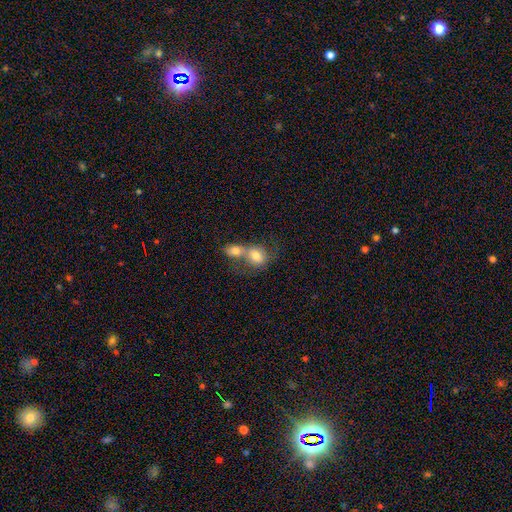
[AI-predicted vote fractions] Smooth or featured: smooth — 75% (featured or disk — 16%)
How rounded: in between — 53% (round — 45%)
Merging: merger — 72% (none — 17%)